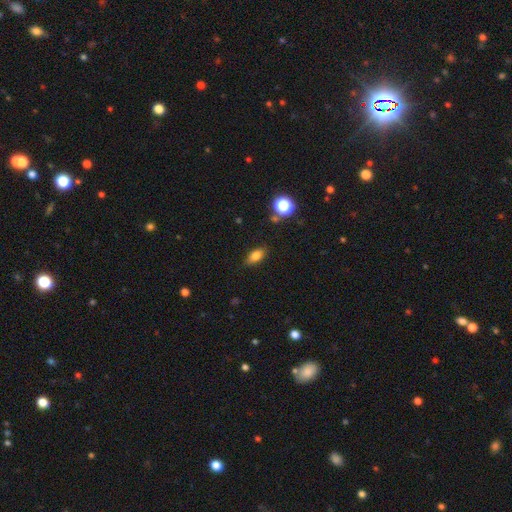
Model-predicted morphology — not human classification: Smooth or featured: smooth — 80% (star or artifact — 11%)
How rounded: in between — 84% (round — 10%)
Merging: none — 84% (minor disturbance — 11%)